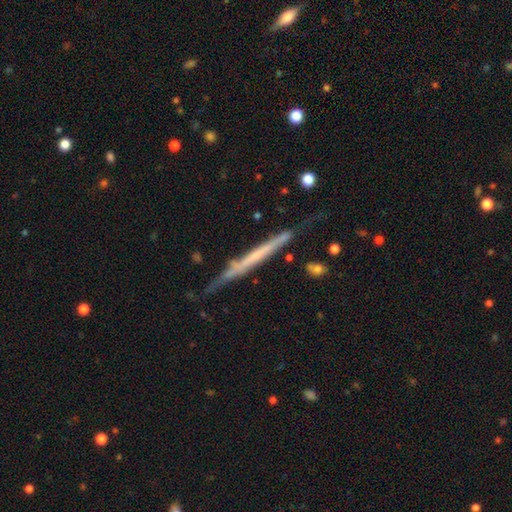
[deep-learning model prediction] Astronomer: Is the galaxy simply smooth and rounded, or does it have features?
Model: featured or disk — 61%.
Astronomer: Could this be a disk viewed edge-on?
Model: yes — 94%.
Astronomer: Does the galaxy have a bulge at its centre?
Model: none — 83%.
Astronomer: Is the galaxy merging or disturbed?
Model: none — 70%.